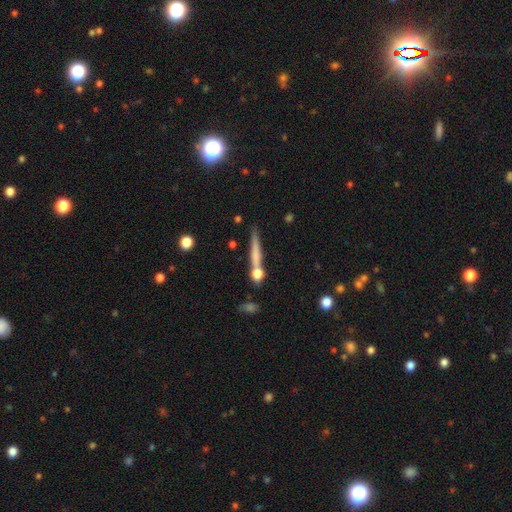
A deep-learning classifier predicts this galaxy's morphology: Q: Smooth or featured?
A: smooth (54%); runner-up: featured or disk (38%)
Q: How rounded?
A: cigar-shaped (92%); runner-up: in between (5%)
Q: Merging?
A: none (69%); runner-up: merger (14%)